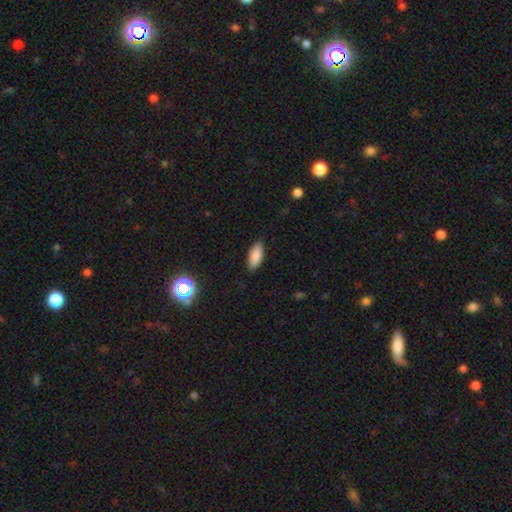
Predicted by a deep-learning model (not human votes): A smooth galaxy with no disk features (86%) that is in between round and cigar-shaped (84%).

Vote fractions:
- Smooth or featured? smooth: 86% / star or artifact: 7% / featured or disk: 7%
- How rounded? in between: 84% / cigar-shaped: 14% / round: 2%
- Merging? none: 87% / minor disturbance: 10% / major disturbance: 2% / merger: 1%